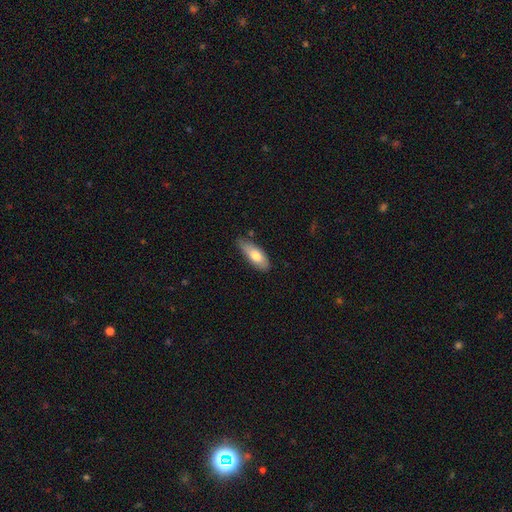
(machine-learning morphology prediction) A smooth galaxy with no disk features (72%) that is in between round and cigar-shaped (75%).

Vote fractions:
- Smooth or featured? smooth: 72% / featured or disk: 22% / star or artifact: 6%
- How rounded? in between: 75% / cigar-shaped: 23% / round: 2%
- Merging? none: 63% / minor disturbance: 30% / major disturbance: 4% / merger: 2%